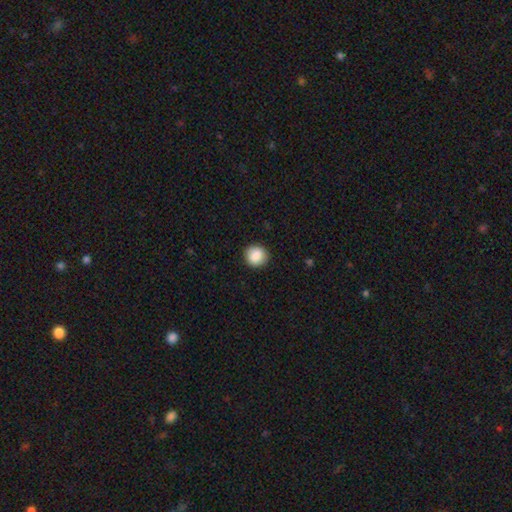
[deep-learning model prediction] smooth-or-featured: smooth: 88% | star or artifact: 8% | featured or disk: 4%
  how-rounded: round: 88% | in between: 11% | cigar-shaped: 1%
  merging: none: 90% | minor disturbance: 7% | major disturbance: 2% | merger: 1%